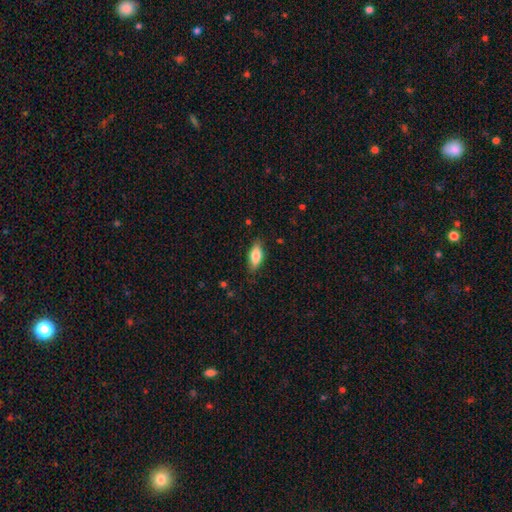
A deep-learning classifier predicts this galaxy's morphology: Smooth or featured?
  - smooth: 81% *
  - featured or disk: 12%
  - star or artifact: 6%
How rounded?
  - in between: 84% *
  - cigar-shaped: 13%
  - round: 3%
Merging?
  - none: 82% *
  - minor disturbance: 15%
  - major disturbance: 3%
  - merger: 1%